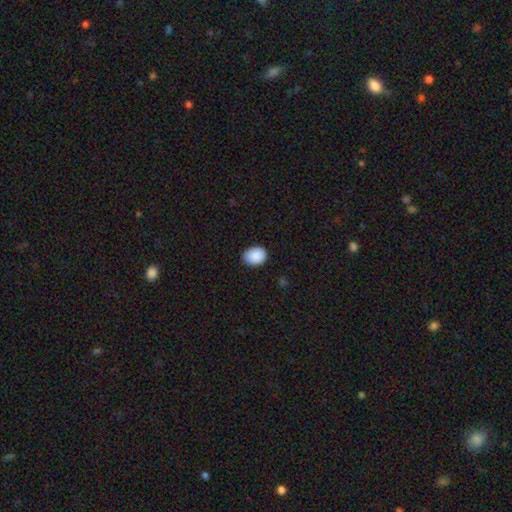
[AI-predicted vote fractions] Smooth or featured: smooth — 90% (star or artifact — 8%)
How rounded: in between — 64% (round — 35%)
Merging: none — 82% (minor disturbance — 15%)